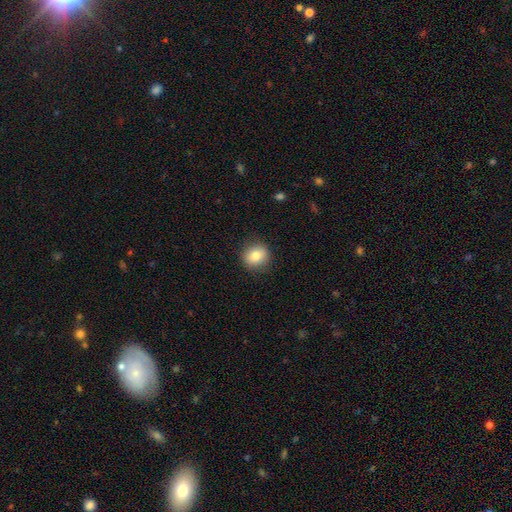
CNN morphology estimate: type=smooth (81%); roundness=round (84%); merging=none (89%).